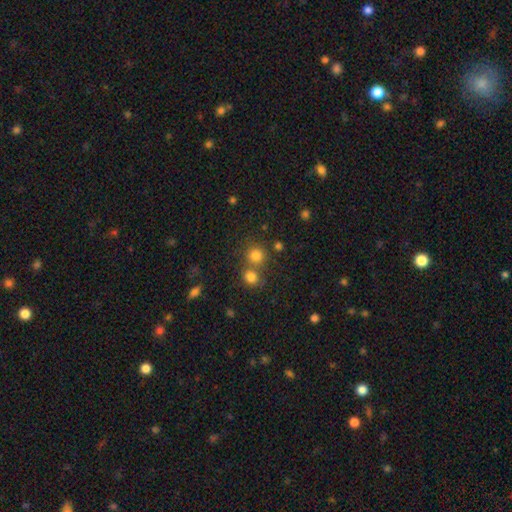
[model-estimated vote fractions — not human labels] Morphology: type=smooth (79%); roundness=round (88%); merging=none (59%).